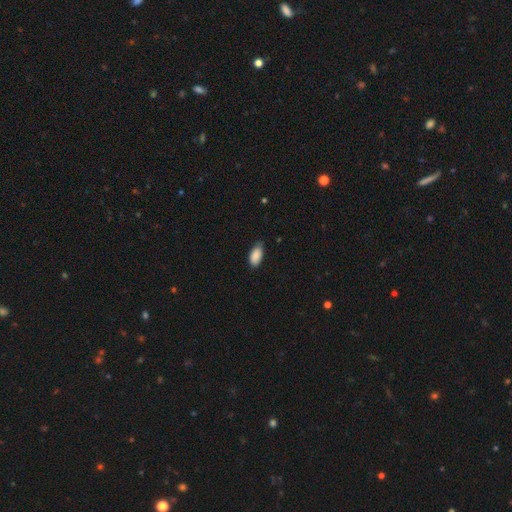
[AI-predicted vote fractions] smooth_or_featured: smooth (p=0.89) [alt: star or artifact p=0.07]
how_rounded: in between (p=0.92) [alt: cigar-shaped p=0.06]
merging: none (p=0.69) [alt: minor disturbance p=0.26]